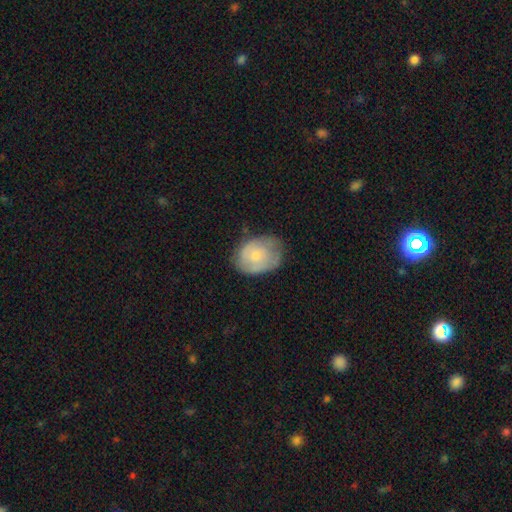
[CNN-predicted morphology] A smooth galaxy with no disk features (50%) that is in between round and cigar-shaped (62%). Merging: none (56%).